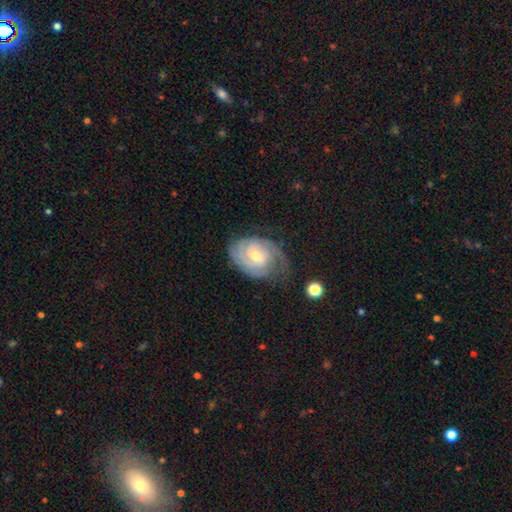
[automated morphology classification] A featured or disk galaxy (80%) with a weak bar (52%), 2 (42%) tight (65%) spiral arms (94%) and a moderate central bulge (49%). Merging: none (61%).